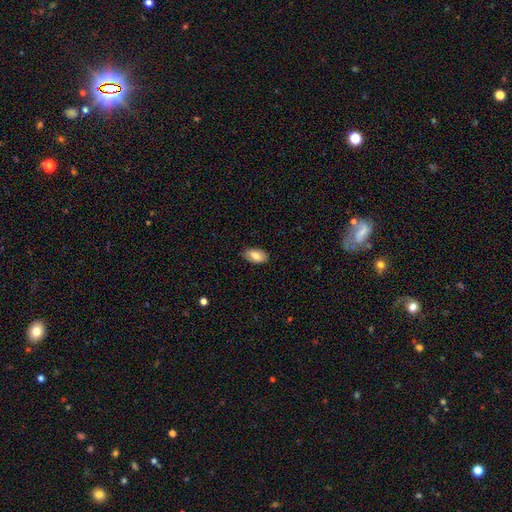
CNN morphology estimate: A smooth galaxy with no disk features (80%) that is in between round and cigar-shaped (94%). Merging: none (86%).